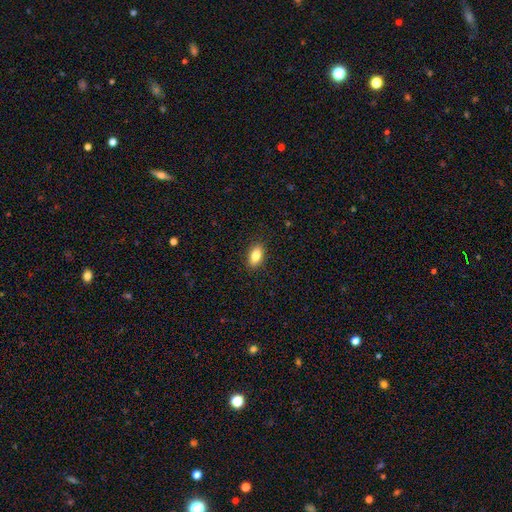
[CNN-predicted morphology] A smooth galaxy with no disk features (85%) that is in between round and cigar-shaped (90%).

Vote fractions:
- Smooth or featured? smooth: 85% / star or artifact: 8% / featured or disk: 7%
- How rounded? in between: 90% / round: 6% / cigar-shaped: 4%
- Merging? none: 88% / minor disturbance: 9% / major disturbance: 2% / merger: 1%